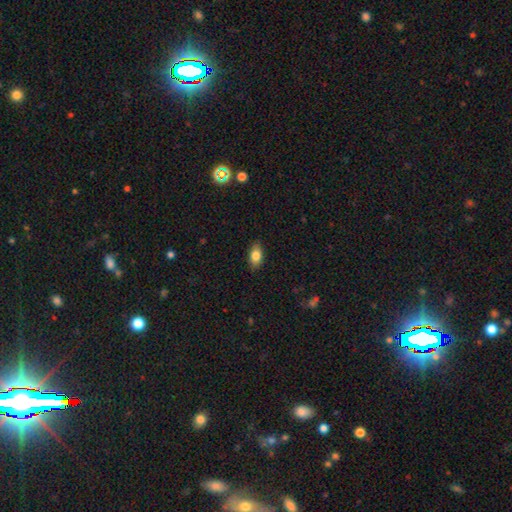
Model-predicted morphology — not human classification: smooth 82%, featured or disk 11%, star or artifact 8%. Down the decision tree: how rounded — in between (88%); merging — none (87%).